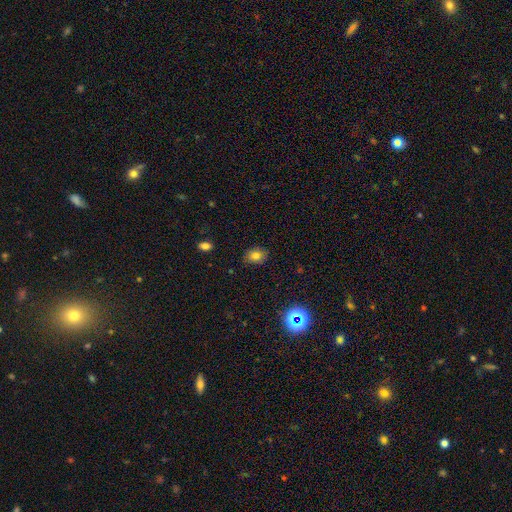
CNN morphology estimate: A smooth galaxy with no disk features (75%) that is in between round and cigar-shaped (56%).

Vote fractions:
- Smooth or featured? smooth: 75% / star or artifact: 15% / featured or disk: 10%
- How rounded? in between: 56% / round: 42% / cigar-shaped: 1%
- Merging? none: 85% / minor disturbance: 11% / major disturbance: 3% / merger: 1%